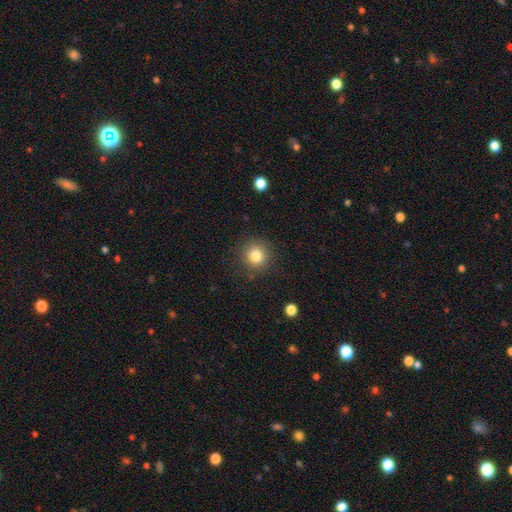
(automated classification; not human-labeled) This appears to be a smooth galaxy with no disk features (82%) that is round (92%). Merging: none (88%).